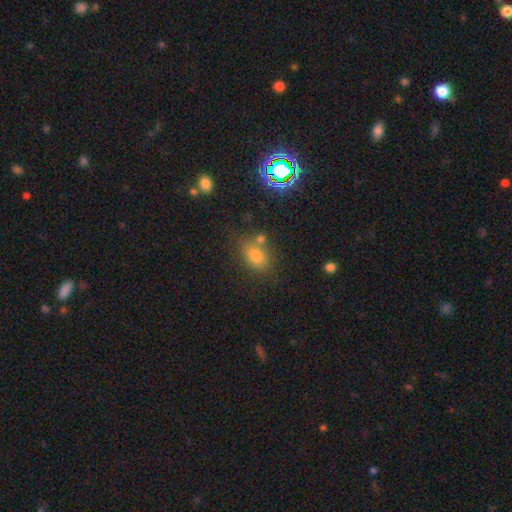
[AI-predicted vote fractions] A smooth galaxy with no disk features (69%) that is in between round and cigar-shaped (75%). Merging: none (68%).